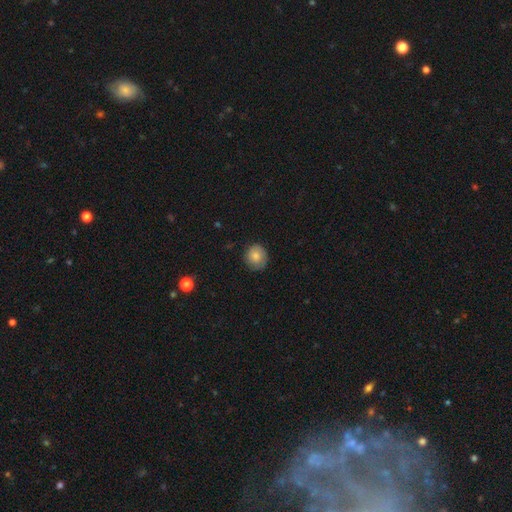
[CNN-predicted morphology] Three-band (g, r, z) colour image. It shows a smooth galaxy with no disk features (76%) that is round (87%). Merging: none (79%).